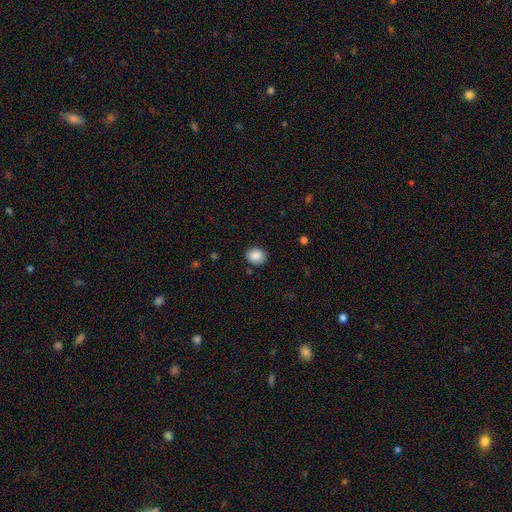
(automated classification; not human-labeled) Smooth or featured?
  - smooth: 87% *
  - star or artifact: 9%
  - featured or disk: 4%
How rounded?
  - round: 65% *
  - in between: 34%
  - cigar-shaped: 1%
Merging?
  - none: 89% *
  - minor disturbance: 7%
  - major disturbance: 2%
  - merger: 1%